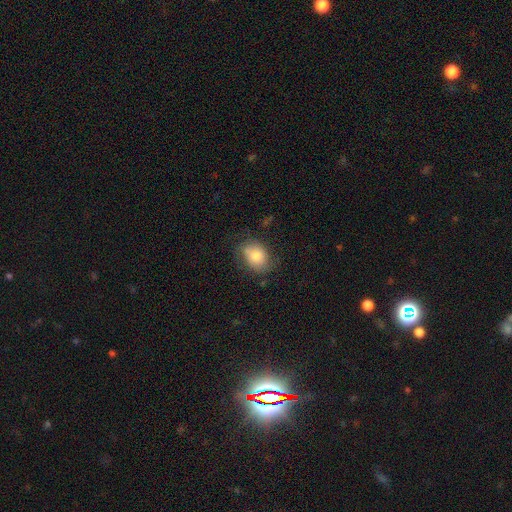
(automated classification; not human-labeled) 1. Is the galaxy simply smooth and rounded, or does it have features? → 76% smooth, 16% featured or disk, 8% star or artifact.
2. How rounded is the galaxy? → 68% in between, 30% round, 1% cigar-shaped.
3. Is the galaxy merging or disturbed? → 65% none, 25% minor disturbance, 9% major disturbance, 2% merger.